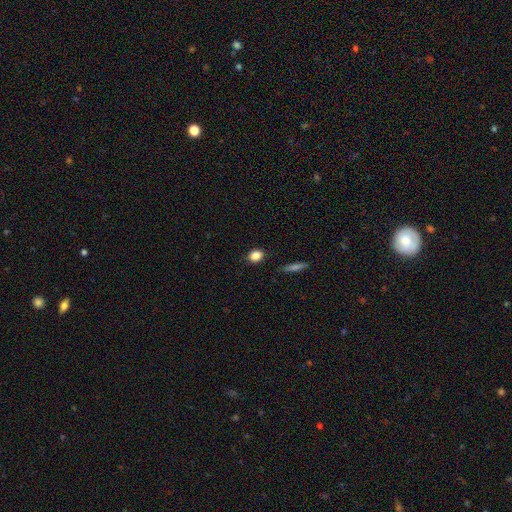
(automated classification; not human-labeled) This is clearly a smooth galaxy (85%). How rounded: possibly in between (50%). Merging: clearly none (86%).